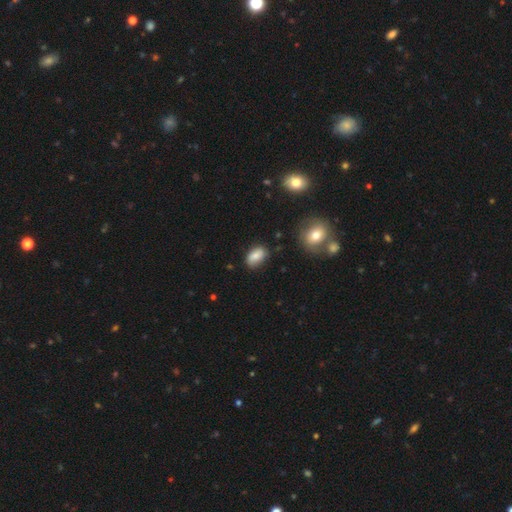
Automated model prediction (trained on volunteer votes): This is clearly a smooth galaxy (80%). How rounded: clearly in between (89%). Merging: likely none (76%).